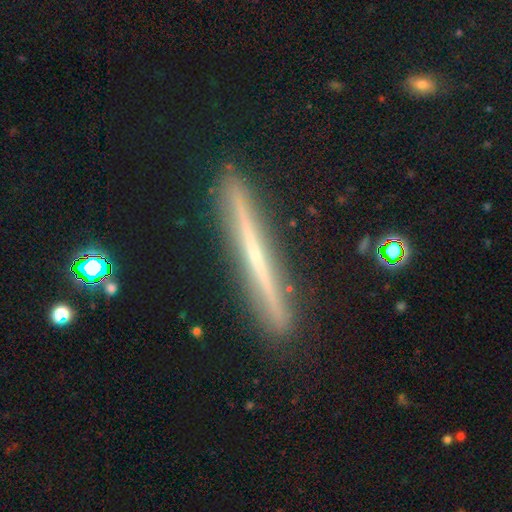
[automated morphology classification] Smooth or featured: featured or disk — 69% (smooth — 25%)
Edge-on disk: yes — 97% (no — 3%)
Edge-on bulge: none — 76% (rounded — 20%)
Merging: none — 91% (minor disturbance — 6%)